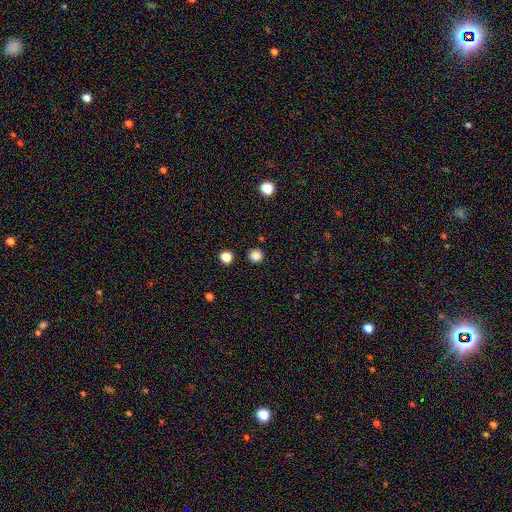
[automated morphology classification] A smooth galaxy with no disk features (84%) that is round (95%).

Vote fractions:
- Smooth or featured? smooth: 84% / star or artifact: 13% / featured or disk: 3%
- How rounded? round: 95% / in between: 4% / cigar-shaped: 1%
- Merging? none: 91% / minor disturbance: 5% / major disturbance: 2% / merger: 2%